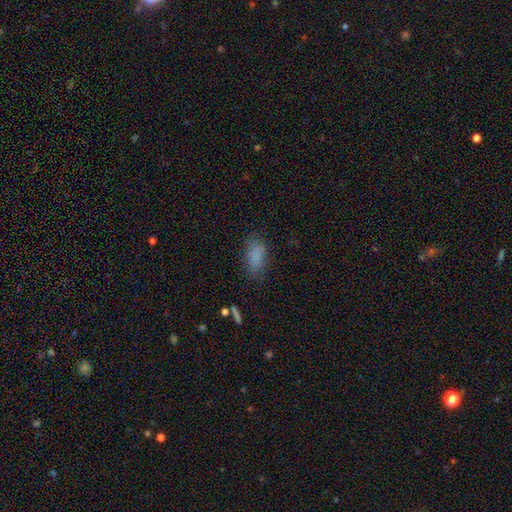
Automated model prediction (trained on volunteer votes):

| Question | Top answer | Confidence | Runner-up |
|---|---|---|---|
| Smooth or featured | smooth | 81% | star or artifact (12%) |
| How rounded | in between | 88% | cigar-shaped (7%) |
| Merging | none | 70% | minor disturbance (20%) |